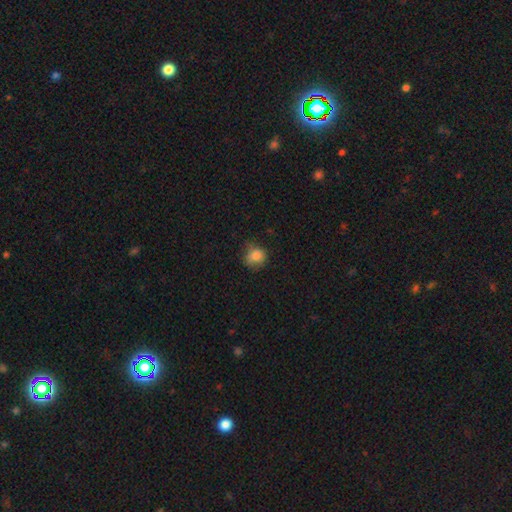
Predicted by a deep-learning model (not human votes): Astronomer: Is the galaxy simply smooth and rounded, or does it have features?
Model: smooth — 83%.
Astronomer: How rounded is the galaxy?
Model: round — 78%.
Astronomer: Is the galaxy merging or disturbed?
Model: none — 63%.